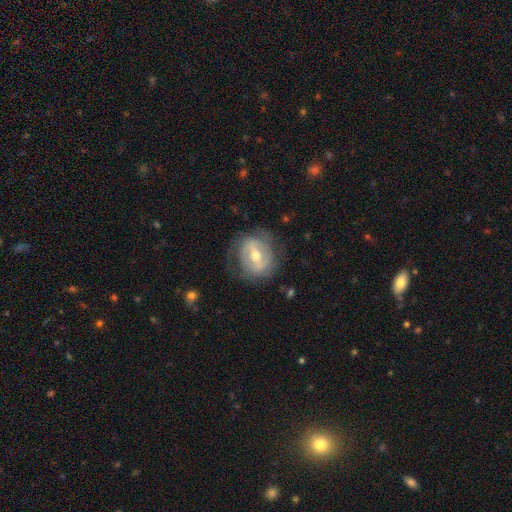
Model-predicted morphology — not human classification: A featured or disk galaxy (70%) with a weak bar (41%), spiral arms (64%) and a moderate central bulge (72%). Merging: none (69%).